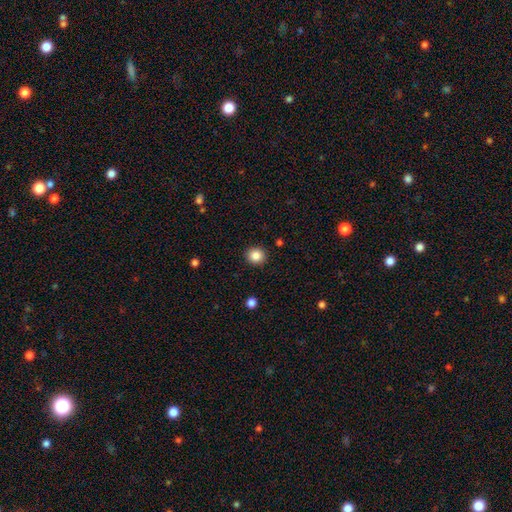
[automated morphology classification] type=smooth (85%); roundness=round (86%); merging=none (92%).